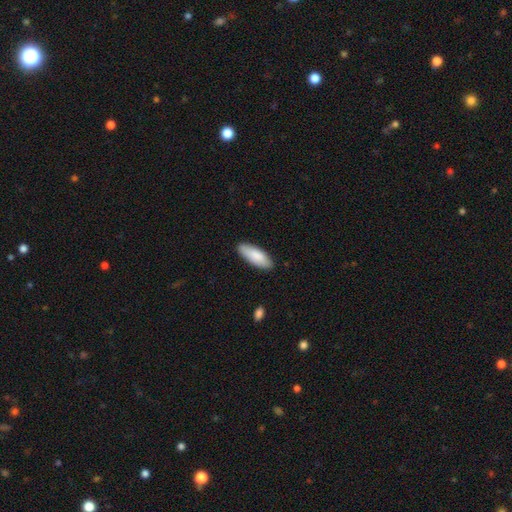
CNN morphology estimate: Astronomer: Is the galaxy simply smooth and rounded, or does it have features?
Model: smooth — 86%.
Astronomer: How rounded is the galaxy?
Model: in between — 69%.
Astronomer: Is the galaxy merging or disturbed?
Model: none — 87%.